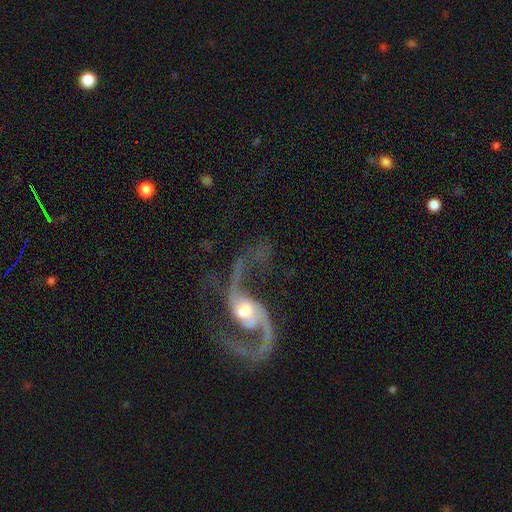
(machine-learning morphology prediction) featured or disk 90%, star or artifact 5%, smooth 4%. Down the decision tree: edge-on disk — no (97%); bar — no (50%); spiral arms — yes (97%); spiral arm count — 2 (91%); spiral winding — loose (60%); bulge size — moderate (59%); merging — none (56%).